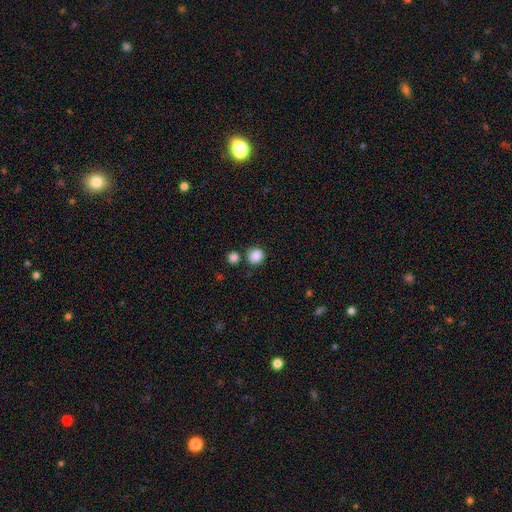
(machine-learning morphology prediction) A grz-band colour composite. It shows a smooth galaxy with no disk features (88%) that is round (85%). Merging: none (78%).